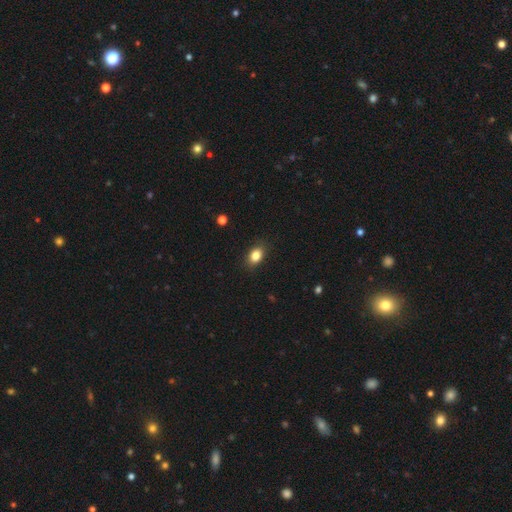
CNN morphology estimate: A smooth galaxy with no disk features (85%) that is in between round and cigar-shaped (79%). Merging: none (86%).